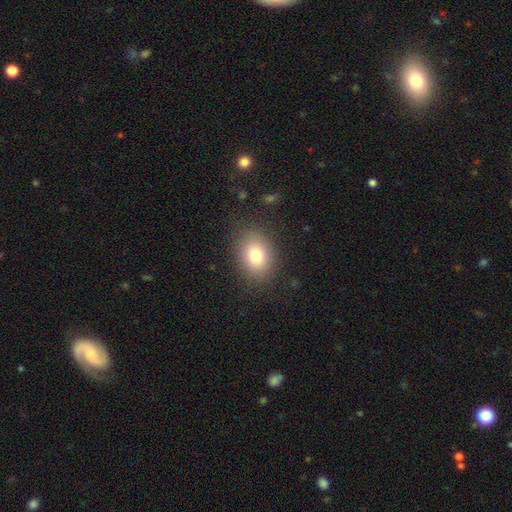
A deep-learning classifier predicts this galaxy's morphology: smooth_or_featured: smooth (p=0.79) [alt: star or artifact p=0.11]
how_rounded: in between (p=0.61) [alt: round p=0.38]
merging: none (p=0.84) [alt: minor disturbance p=0.10]